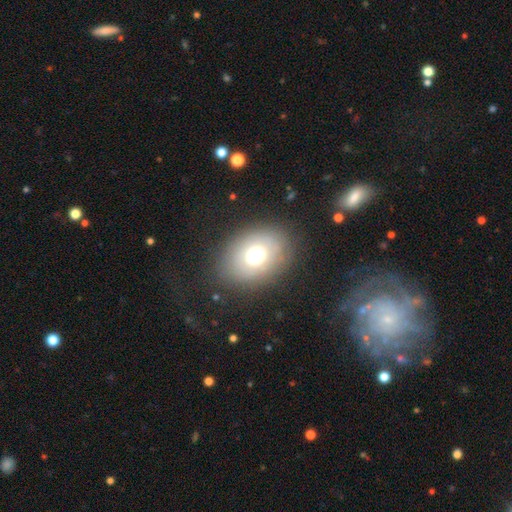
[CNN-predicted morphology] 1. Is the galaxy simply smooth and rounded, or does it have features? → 69% smooth, 20% featured or disk, 11% star or artifact.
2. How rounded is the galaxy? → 70% in between, 29% round, 1% cigar-shaped.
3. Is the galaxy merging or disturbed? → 83% none, 11% minor disturbance, 5% major disturbance, 1% merger.